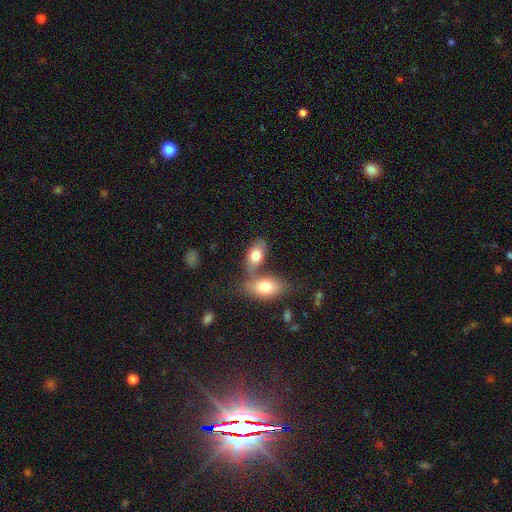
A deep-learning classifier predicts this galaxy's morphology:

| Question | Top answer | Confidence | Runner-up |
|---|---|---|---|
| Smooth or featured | smooth | 75% | featured or disk (18%) |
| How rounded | in between | 92% | round (6%) |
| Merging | merger | 50% | none (33%) |